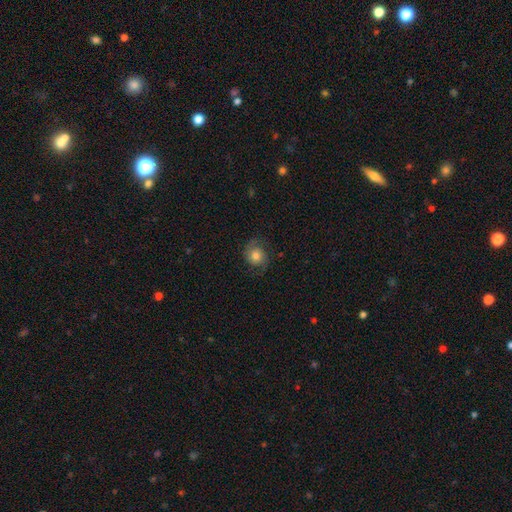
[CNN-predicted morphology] A smooth galaxy with no disk features (46%). Merging: none (72%).